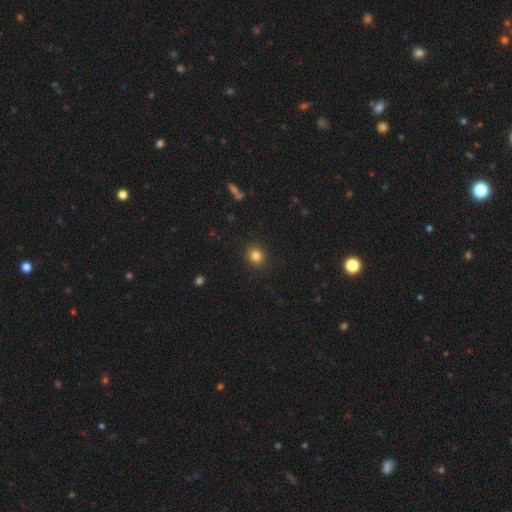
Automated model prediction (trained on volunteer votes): This is clearly a smooth galaxy (82%). How rounded: clearly round (84%). Merging: clearly none (91%).